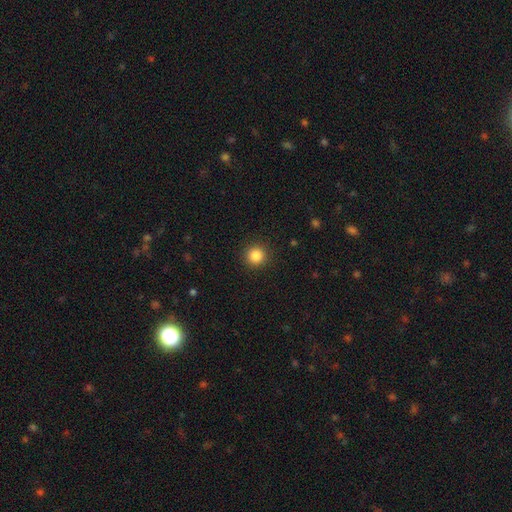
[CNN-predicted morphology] Smooth or featured: smooth — 85% (star or artifact — 11%)
How rounded: round — 95% (in between — 4%)
Merging: none — 92% (minor disturbance — 5%)